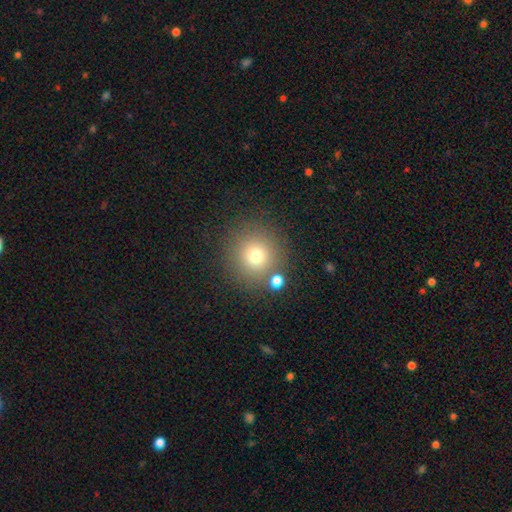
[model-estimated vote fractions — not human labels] A smooth galaxy with no disk features (74%) that is round (94%).

Vote fractions:
- Smooth or featured? smooth: 74% / star or artifact: 16% / featured or disk: 10%
- How rounded? round: 94% / in between: 5% / cigar-shaped: 1%
- Merging? none: 82% / minor disturbance: 8% / merger: 7% / major disturbance: 3%